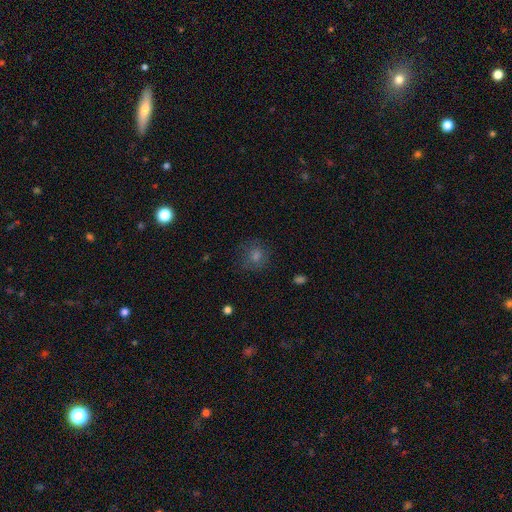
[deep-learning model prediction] This is likely a smooth galaxy (65%). How rounded: clearly round (88%). Merging: clearly none (81%).